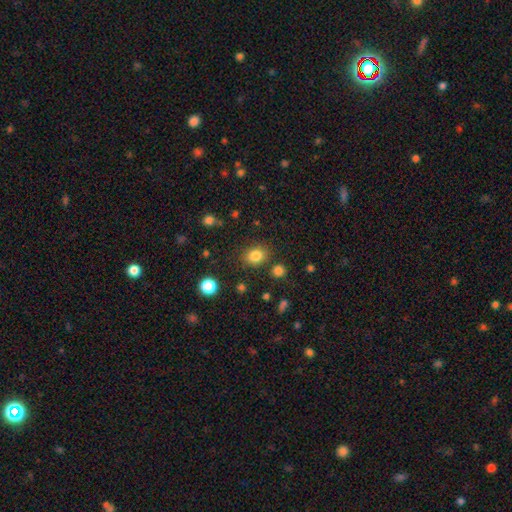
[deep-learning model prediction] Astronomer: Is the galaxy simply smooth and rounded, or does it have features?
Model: smooth — 83%.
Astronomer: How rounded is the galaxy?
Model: round — 52% (runner-up: in between, 47%).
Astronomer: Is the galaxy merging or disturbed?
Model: none — 81%.